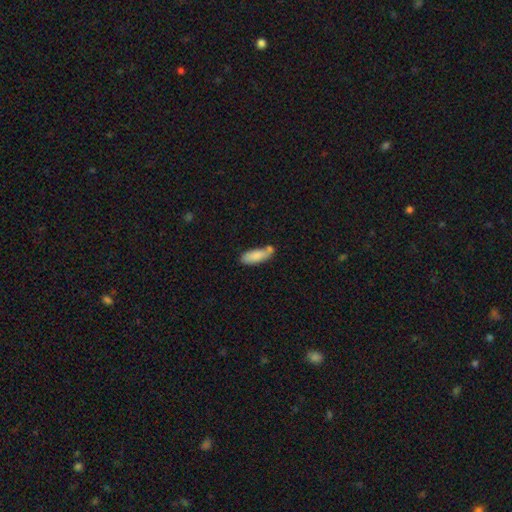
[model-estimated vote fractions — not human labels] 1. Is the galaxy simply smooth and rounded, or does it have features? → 83% smooth, 11% featured or disk, 6% star or artifact.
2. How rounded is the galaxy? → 60% in between, 38% cigar-shaped, 2% round.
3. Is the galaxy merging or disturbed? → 49% none, 23% merger, 22% minor disturbance, 6% major disturbance.